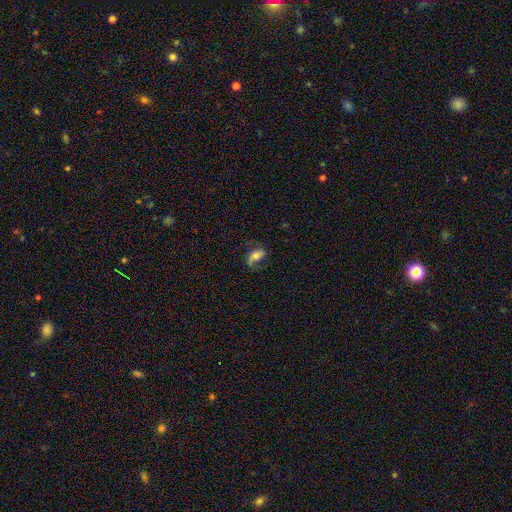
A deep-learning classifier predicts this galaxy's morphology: smooth 47%, featured or disk 44%, star or artifact 9%. Down the decision tree: merging — none (65%).